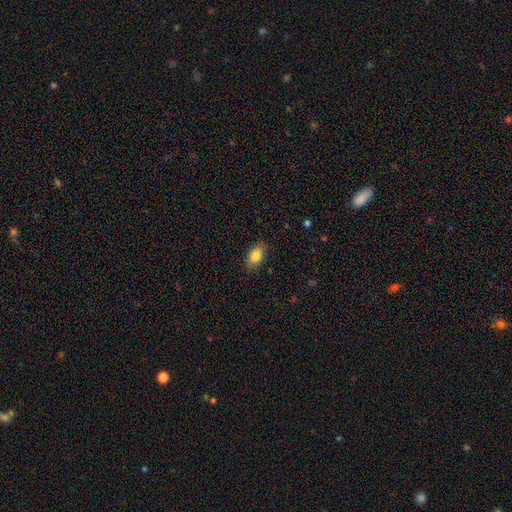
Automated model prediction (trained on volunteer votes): Smooth or featured?
  - smooth: 83% *
  - featured or disk: 10%
  - star or artifact: 7%
How rounded?
  - in between: 90% *
  - round: 6%
  - cigar-shaped: 4%
Merging?
  - none: 85% *
  - minor disturbance: 11%
  - major disturbance: 2%
  - merger: 1%